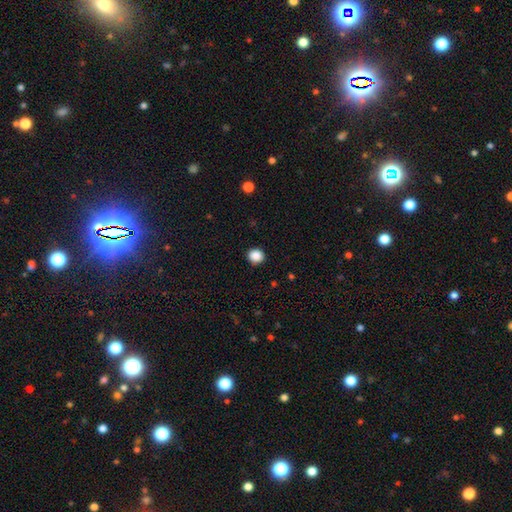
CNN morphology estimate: Smooth or featured? Predicted: smooth (p=0.88). How rounded? Predicted: round (p=0.86). Merging? Predicted: none (p=0.91).